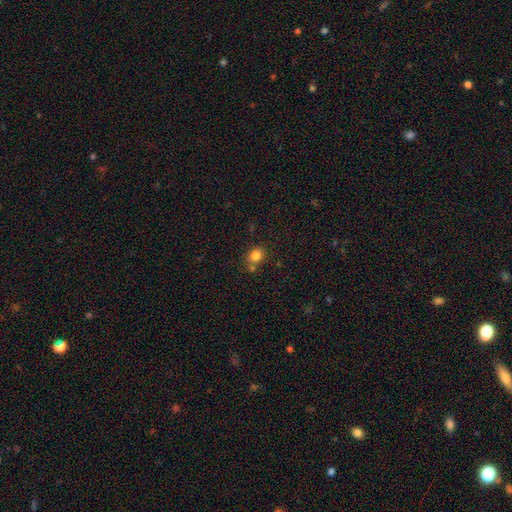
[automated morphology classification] This appears to be a smooth galaxy with no disk features (82%) that is round (72%). Merging: none (66%).